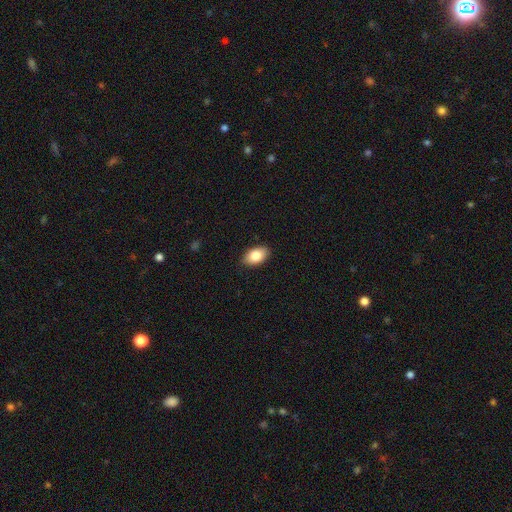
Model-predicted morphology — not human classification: A smooth galaxy with no disk features (83%) that is in between round and cigar-shaped (92%). Merging: none (88%).